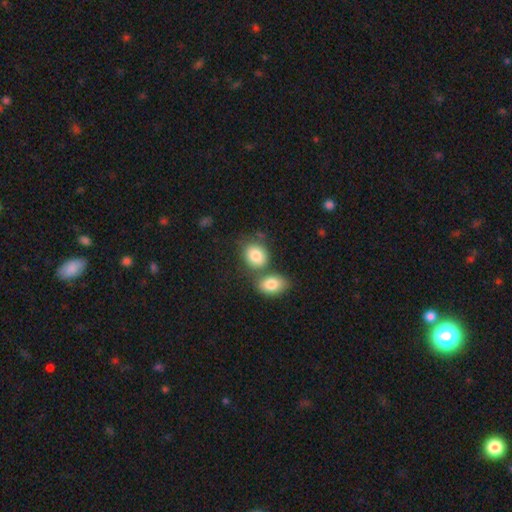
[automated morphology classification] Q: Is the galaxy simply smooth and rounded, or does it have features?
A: smooth — 83%.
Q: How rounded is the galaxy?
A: round — 53%.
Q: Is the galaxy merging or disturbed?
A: none — 48%.